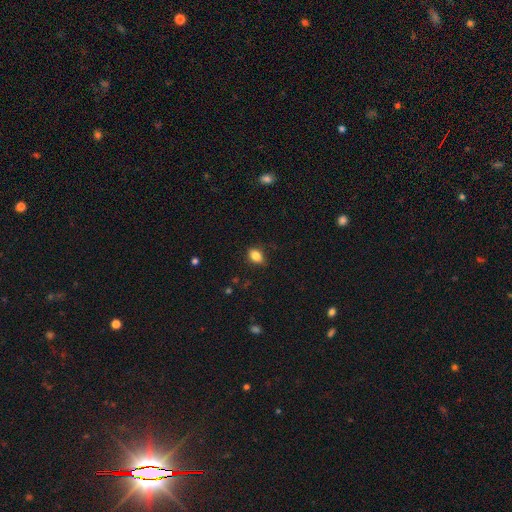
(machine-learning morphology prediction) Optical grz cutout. It shows a smooth galaxy with no disk features (84%) that is in between round and cigar-shaped (75%). Merging: none (81%).